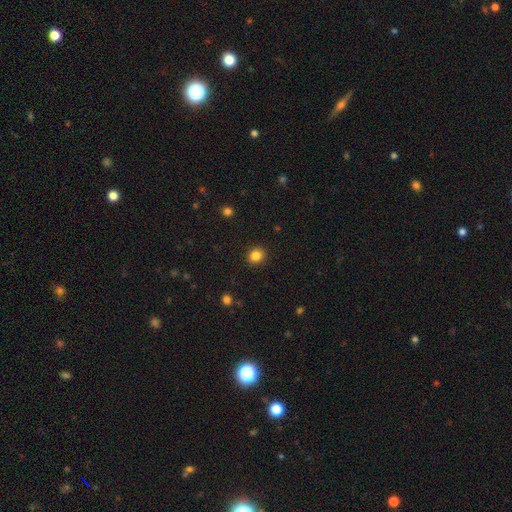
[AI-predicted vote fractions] Morphology: type=smooth (85%); roundness=round (78%); merging=none (91%).